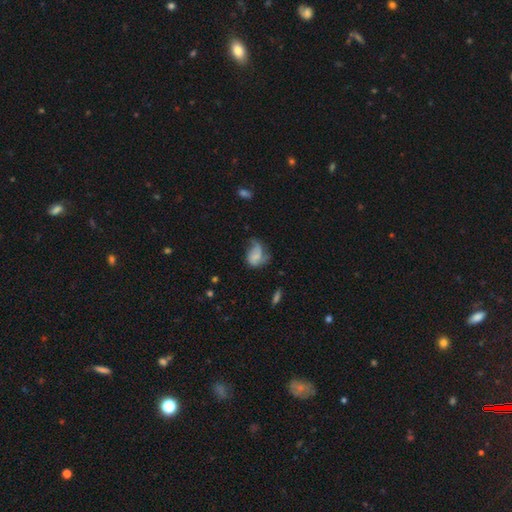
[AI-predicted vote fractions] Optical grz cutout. It shows a smooth galaxy with no disk features (47%). Merging: major disturbance (36%).